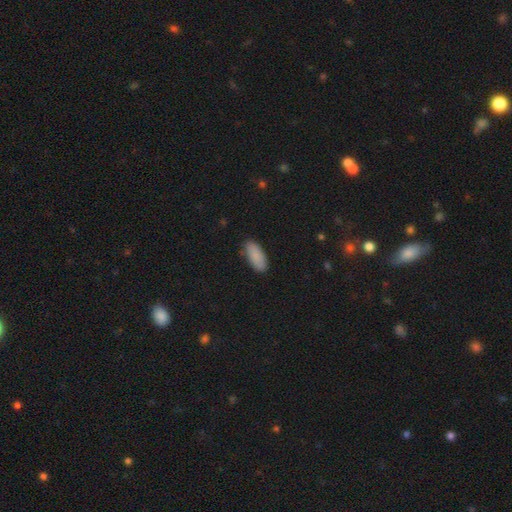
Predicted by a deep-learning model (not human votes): Smooth or featured? smooth (88%)
How rounded? in between (86%)
Merging? none (83%)